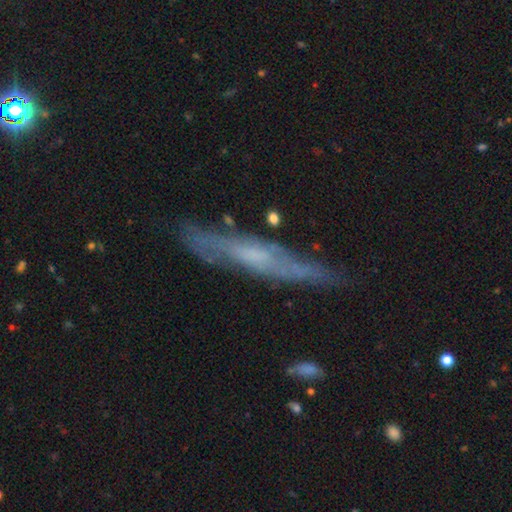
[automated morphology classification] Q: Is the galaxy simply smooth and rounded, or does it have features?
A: featured or disk — 65%.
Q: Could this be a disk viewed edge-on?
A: yes — 78%.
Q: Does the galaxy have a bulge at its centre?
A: none — 52%.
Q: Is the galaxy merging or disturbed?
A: none — 75%.